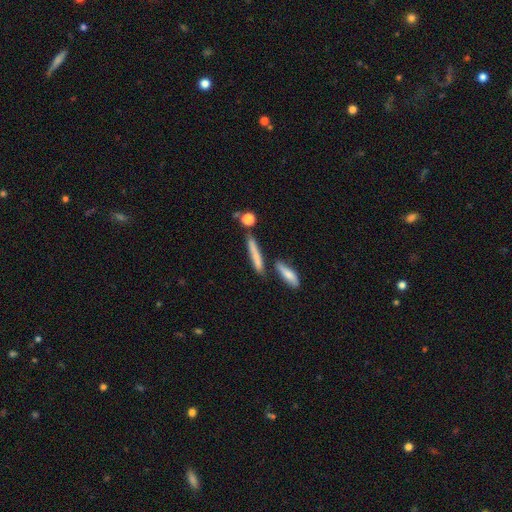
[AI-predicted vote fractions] This appears to be a smooth galaxy with no disk features (65%) that is cigar-shaped (88%). Merging: none (70%).